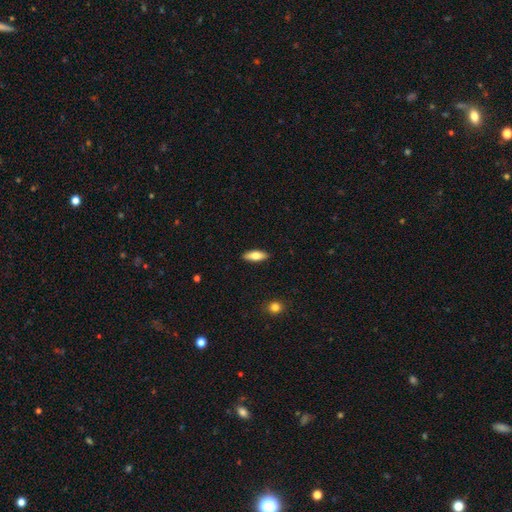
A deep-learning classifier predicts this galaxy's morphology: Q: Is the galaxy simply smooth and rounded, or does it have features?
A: smooth — 73%.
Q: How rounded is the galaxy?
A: in between — 67%.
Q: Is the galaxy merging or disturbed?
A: none — 90%.